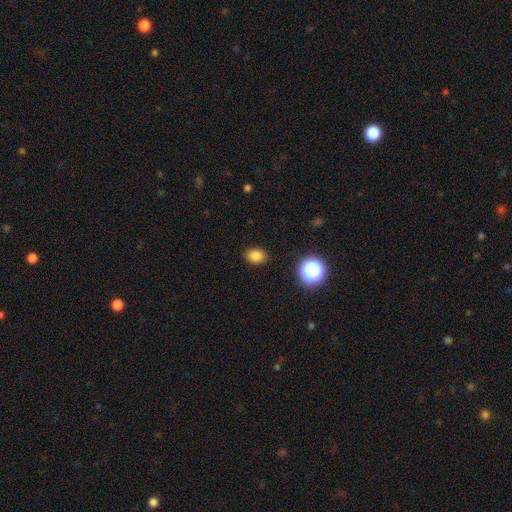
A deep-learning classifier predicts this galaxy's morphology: Smooth or featured?
  - smooth: 82% *
  - star or artifact: 13%
  - featured or disk: 5%
How rounded?
  - in between: 63% *
  - round: 36%
  - cigar-shaped: 1%
Merging?
  - none: 88% *
  - minor disturbance: 9%
  - major disturbance: 2%
  - merger: 1%